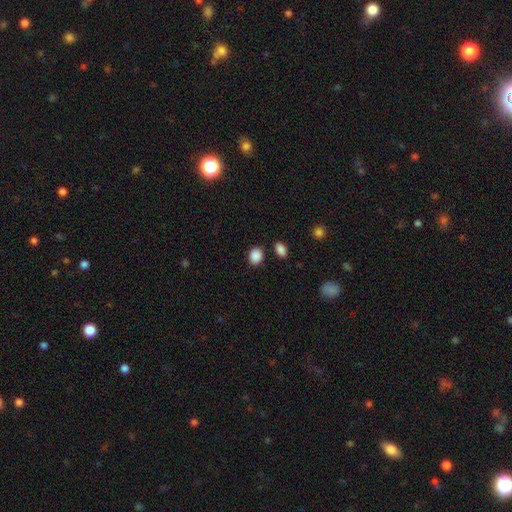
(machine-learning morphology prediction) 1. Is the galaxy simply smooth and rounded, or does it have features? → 88% smooth, 9% star or artifact, 3% featured or disk.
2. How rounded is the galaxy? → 53% in between, 46% round, 1% cigar-shaped.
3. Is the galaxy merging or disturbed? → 81% none, 11% minor disturbance, 5% merger, 3% major disturbance.